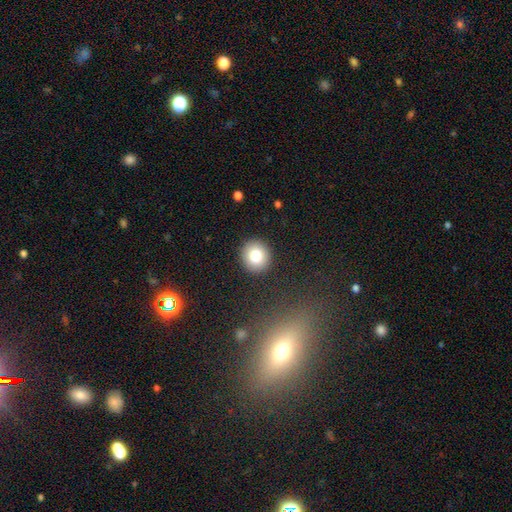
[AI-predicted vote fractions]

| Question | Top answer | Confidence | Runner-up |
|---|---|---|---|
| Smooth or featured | smooth | 78% | featured or disk (11%) |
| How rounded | round | 90% | in between (9%) |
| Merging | none | 91% | minor disturbance (5%) |